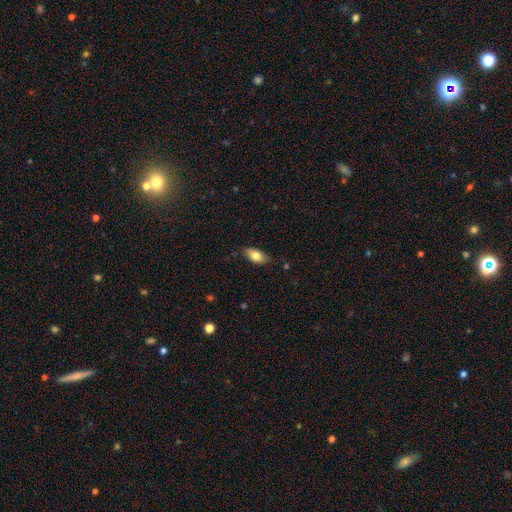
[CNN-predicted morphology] smooth_or_featured: smooth (p=0.78) [alt: featured or disk p=0.15]
how_rounded: in between (p=0.89) [alt: cigar-shaped p=0.06]
merging: none (p=0.77) [alt: minor disturbance p=0.19]